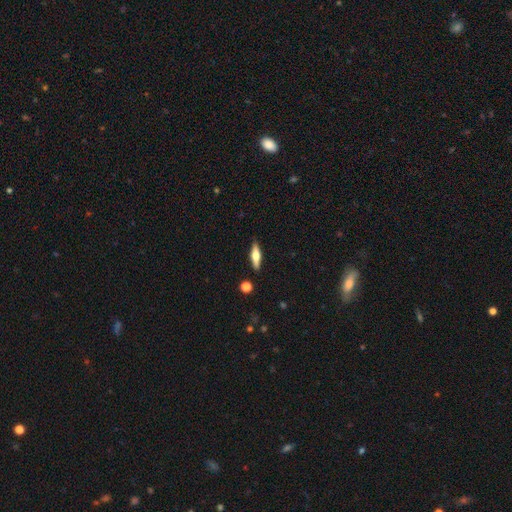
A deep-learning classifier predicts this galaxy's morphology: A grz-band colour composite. It shows a featured or disk galaxy (52%) viewed edge-on (94%). Merging: none (89%).